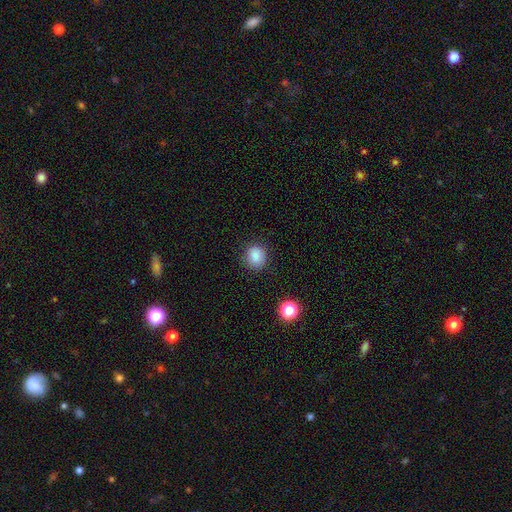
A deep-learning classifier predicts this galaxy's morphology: smooth-or-featured: smooth: 86% | star or artifact: 11% | featured or disk: 4%
  how-rounded: round: 74% | in between: 25% | cigar-shaped: 1%
  merging: none: 85% | minor disturbance: 11% | major disturbance: 3% | merger: 1%